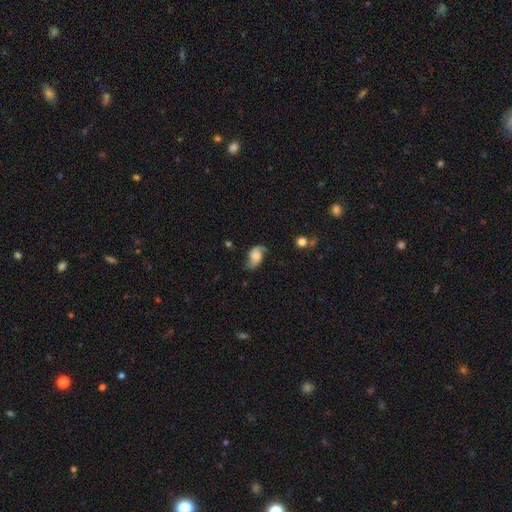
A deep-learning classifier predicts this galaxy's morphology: Smooth or featured? featured or disk (48%)
Merging? none (61%)